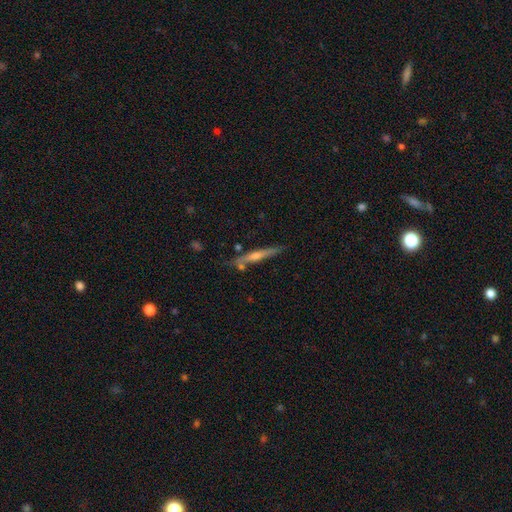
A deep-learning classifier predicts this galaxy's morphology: Q: Smooth or featured?
A: featured or disk (58%); runner-up: smooth (35%)
Q: Edge-on disk?
A: yes (95%); runner-up: no (5%)
Q: Edge-on bulge?
A: rounded (63%); runner-up: none (27%)
Q: Merging?
A: none (76%); runner-up: minor disturbance (14%)